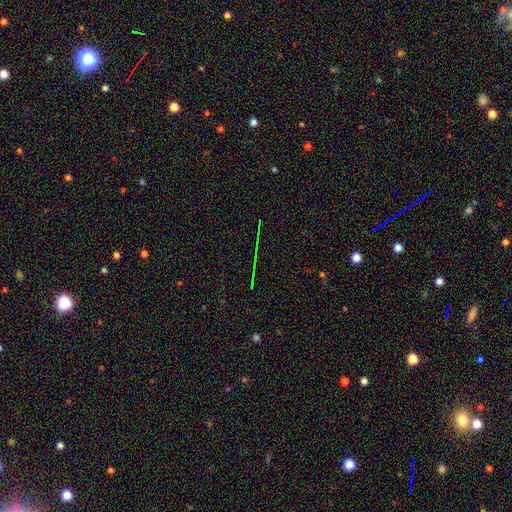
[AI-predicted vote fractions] smooth_or_featured: star or artifact (p=0.77) [alt: smooth p=0.12]